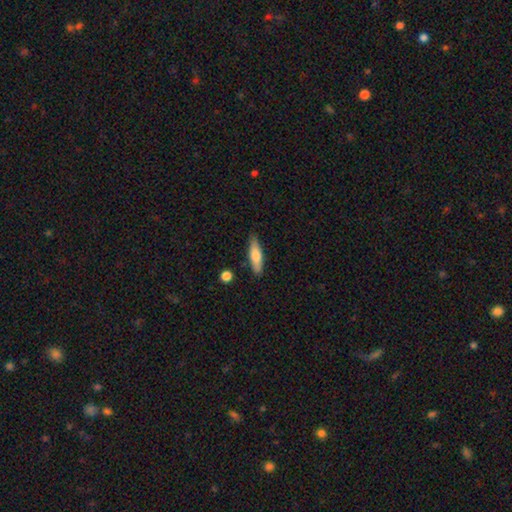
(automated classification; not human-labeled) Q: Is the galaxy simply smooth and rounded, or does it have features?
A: smooth — 72%.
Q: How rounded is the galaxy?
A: cigar-shaped — 63%.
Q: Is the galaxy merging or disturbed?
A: none — 84%.